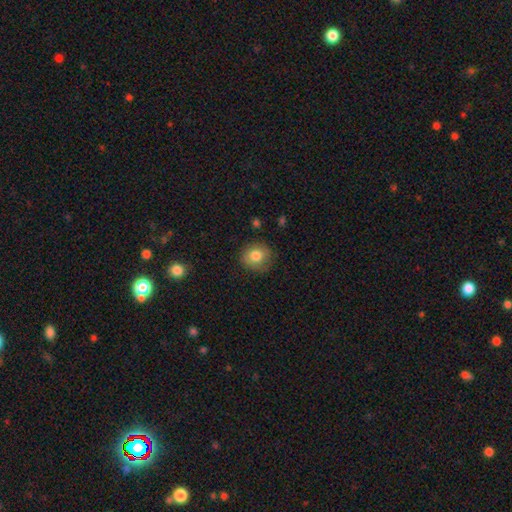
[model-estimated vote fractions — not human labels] Morphology: type=smooth (80%); roundness=round (83%); merging=none (81%).